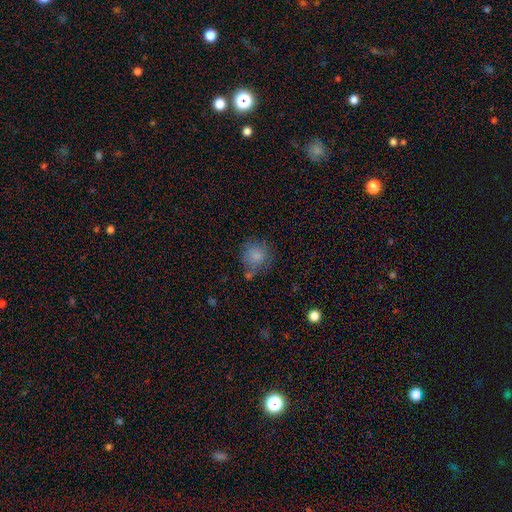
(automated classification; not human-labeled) Smooth or featured? Predicted: smooth (p=0.80). How rounded? Predicted: round (p=0.85). Merging? Predicted: none (p=0.56).